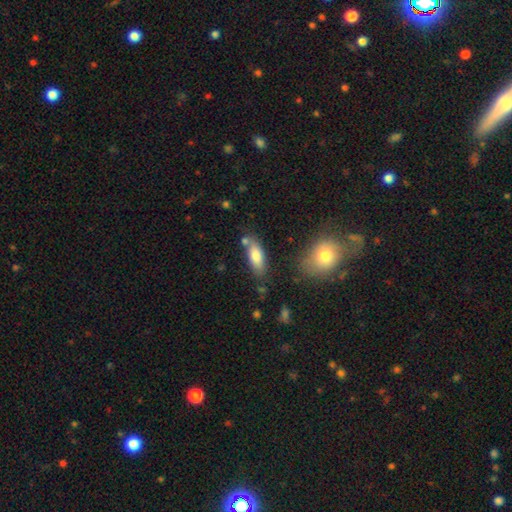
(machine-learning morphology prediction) Smooth or featured? smooth (80%)
How rounded? in between (75%)
Merging? none (66%)